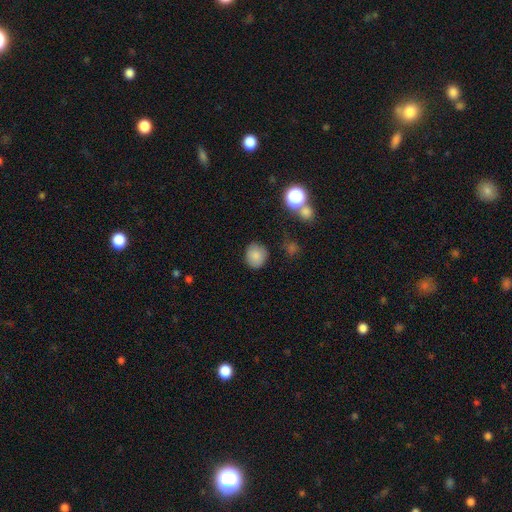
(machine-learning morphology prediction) A smooth galaxy with no disk features (84%) that is round (84%).

Vote fractions:
- Smooth or featured? smooth: 84% / star or artifact: 10% / featured or disk: 6%
- How rounded? round: 84% / in between: 15% / cigar-shaped: 1%
- Merging? none: 85% / minor disturbance: 10% / major disturbance: 3% / merger: 2%